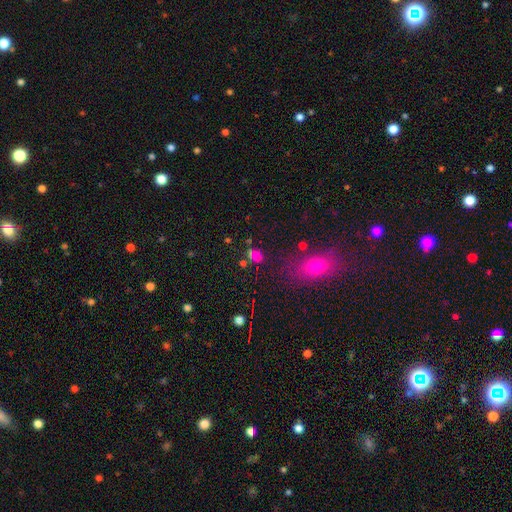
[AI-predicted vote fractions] smooth_or_featured: smooth (p=0.62) [alt: star or artifact p=0.27]
how_rounded: in between (p=0.54) [alt: round p=0.43]
merging: none (p=0.56) [alt: merger p=0.23]